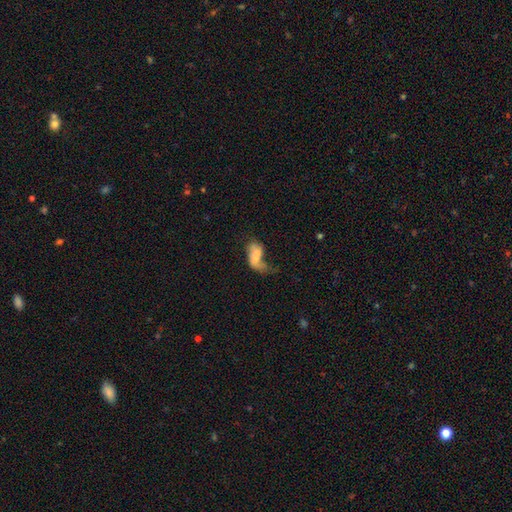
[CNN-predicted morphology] Smooth or featured: smooth — 49% (featured or disk — 41%)
Merging: merger — 51% (major disturbance — 26%)